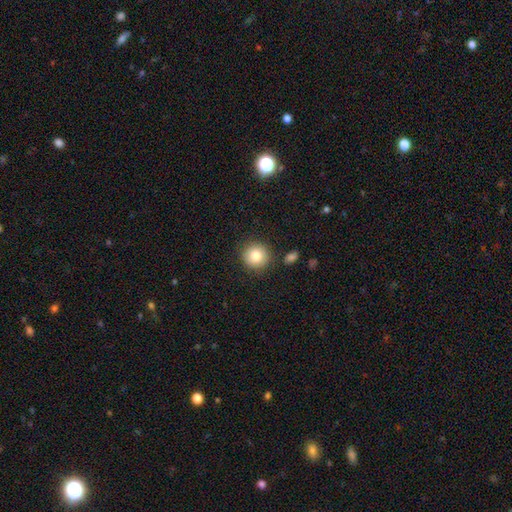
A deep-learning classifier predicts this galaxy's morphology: The model was most divided on "smooth or featured": smooth: 82%, star or artifact: 10%, featured or disk: 9%. More confident: how rounded — round (93%); merging — none (87%).